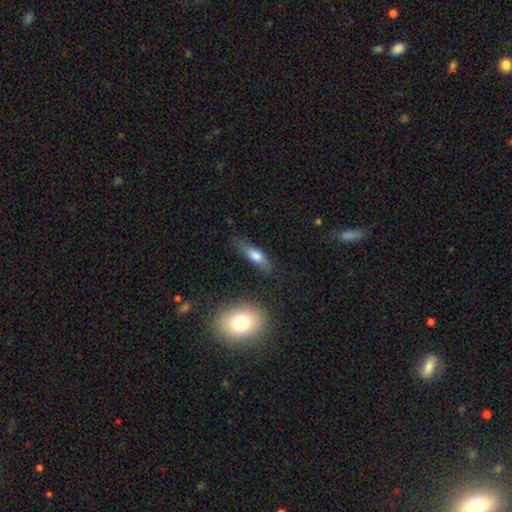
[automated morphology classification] Q: Smooth or featured?
A: smooth (64%); runner-up: featured or disk (28%)
Q: How rounded?
A: cigar-shaped (54%); runner-up: in between (42%)
Q: Merging?
A: none (70%); runner-up: minor disturbance (21%)